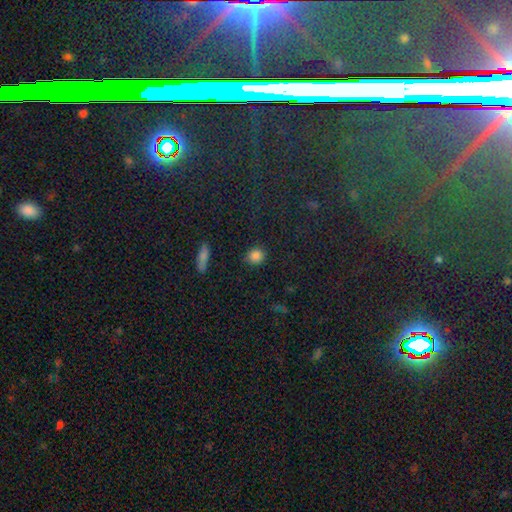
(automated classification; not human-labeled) Smooth or featured?
  - smooth: 84% *
  - star or artifact: 12%
  - featured or disk: 4%
How rounded?
  - round: 81% *
  - in between: 17%
  - cigar-shaped: 2%
Merging?
  - none: 87% *
  - minor disturbance: 9%
  - major disturbance: 2%
  - merger: 2%